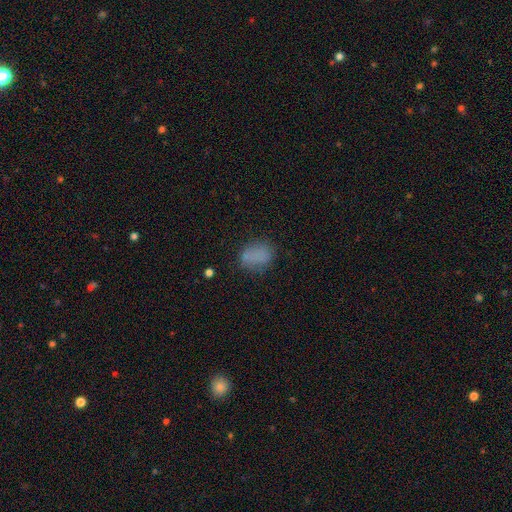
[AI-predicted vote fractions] smooth 77%, star or artifact 13%, featured or disk 11%. Down the decision tree: how rounded — in between (69%); merging — none (67%).